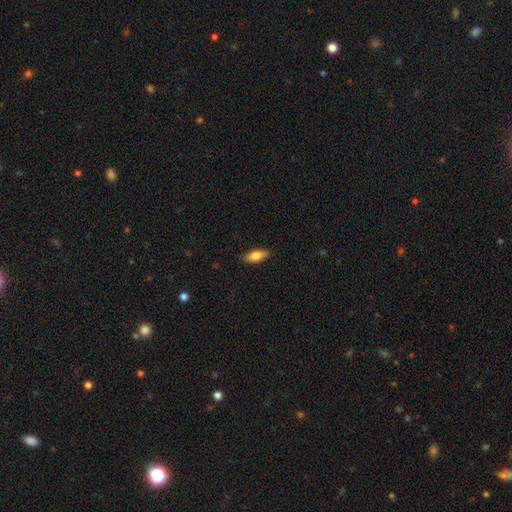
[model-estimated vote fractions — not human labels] Morphology: type=smooth (79%); roundness=in between (73%); merging=none (88%).